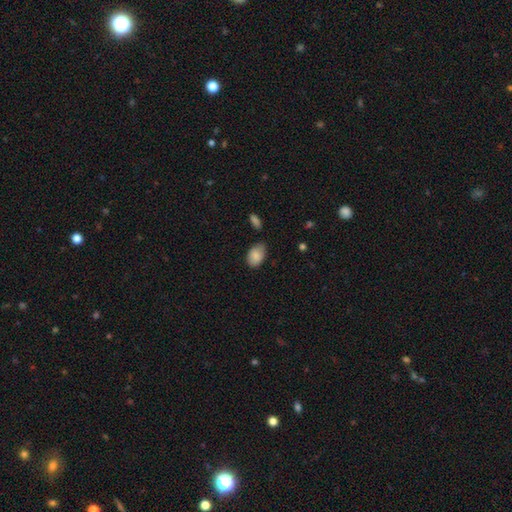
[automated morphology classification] Overall: smooth (85%). How rounded: in between (90%). Merging: none (62%; minor disturbance 29%).